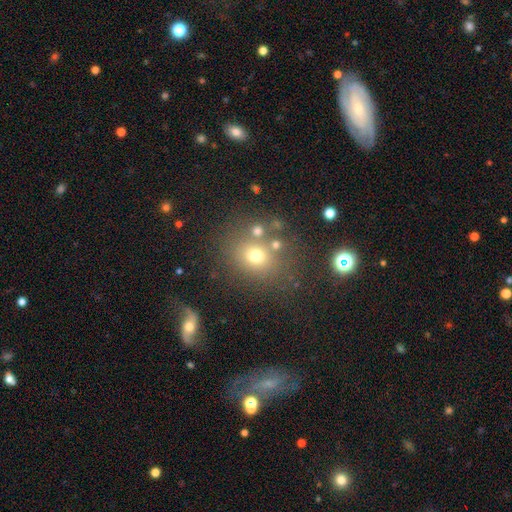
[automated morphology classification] This appears to be a smooth galaxy with no disk features (67%) that is round (70%). Merging: none (70%).